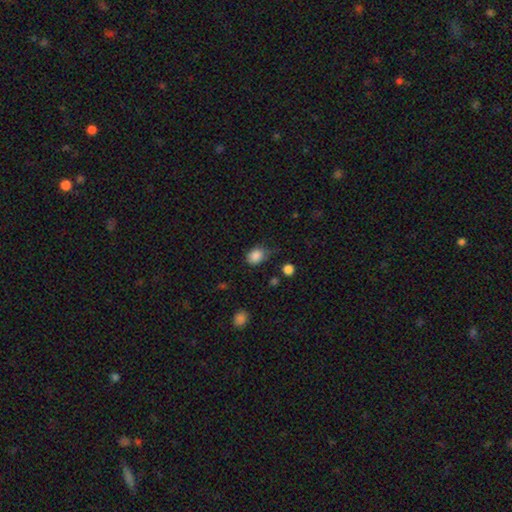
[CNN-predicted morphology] smooth-or-featured: smooth: 86% | star or artifact: 9% | featured or disk: 4%
  how-rounded: in between: 54% | round: 45% | cigar-shaped: 1%
  merging: none: 56% | minor disturbance: 33% | major disturbance: 8% | merger: 2%